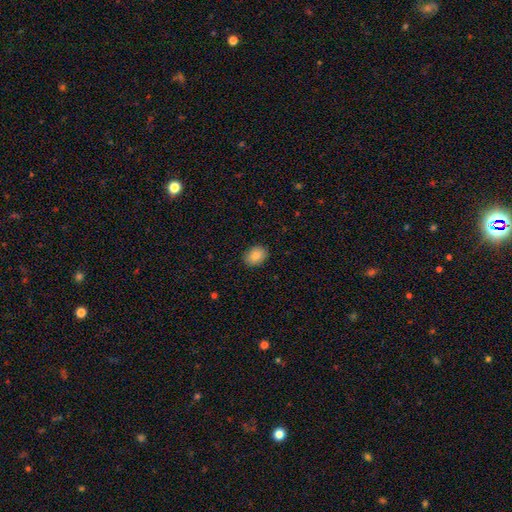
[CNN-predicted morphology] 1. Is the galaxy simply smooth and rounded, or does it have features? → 86% smooth, 8% star or artifact, 6% featured or disk.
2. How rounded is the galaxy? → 68% in between, 31% round, 1% cigar-shaped.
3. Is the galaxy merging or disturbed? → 89% none, 8% minor disturbance, 2% major disturbance, 1% merger.